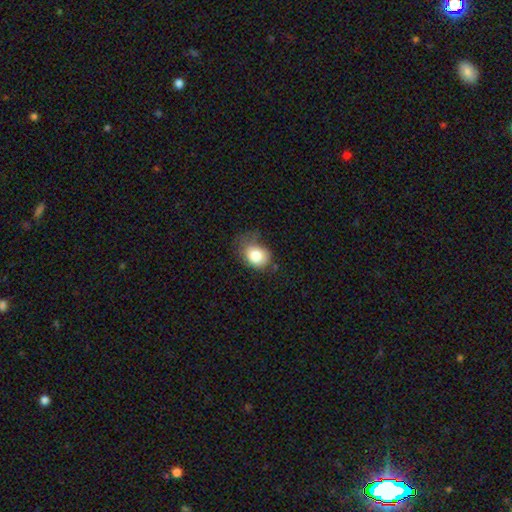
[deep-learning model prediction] smooth 80%, featured or disk 10%, star or artifact 9%. Down the decision tree: how rounded — in between (52%); merging — none (40%).